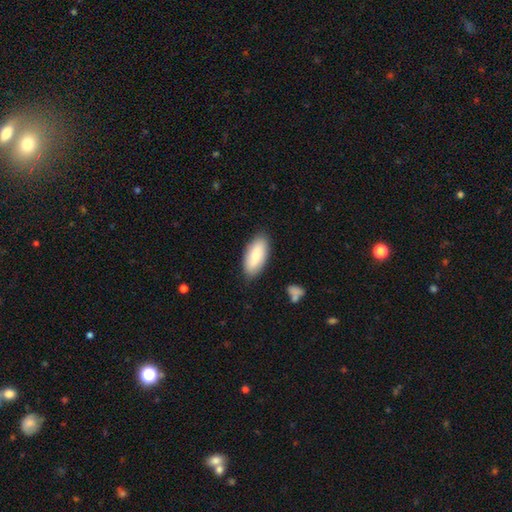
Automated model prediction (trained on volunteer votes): Smooth or featured: smooth — 74% (featured or disk — 20%)
How rounded: in between — 89% (cigar-shaped — 9%)
Merging: none — 84% (minor disturbance — 12%)